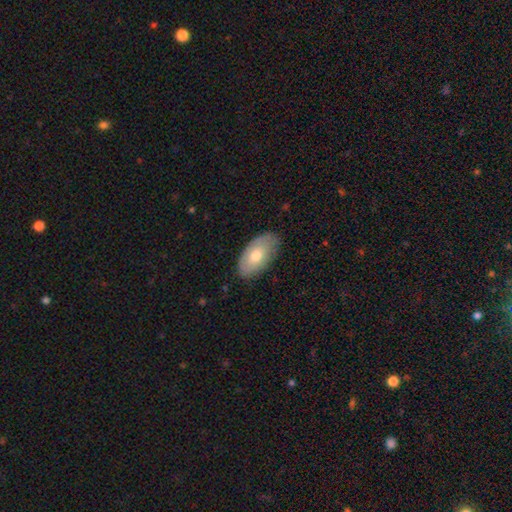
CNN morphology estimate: Smooth or featured: smooth — 68% (featured or disk — 26%)
How rounded: in between — 94% (round — 3%)
Merging: none — 79% (minor disturbance — 17%)